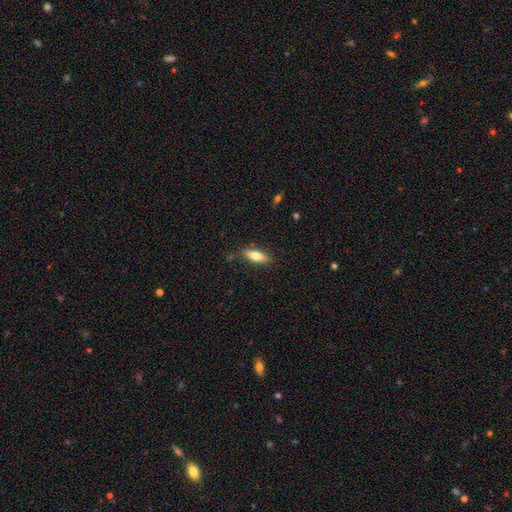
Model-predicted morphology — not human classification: This appears to be a smooth galaxy with no disk features (71%) that is in between round and cigar-shaped (64%). Merging: none (81%).